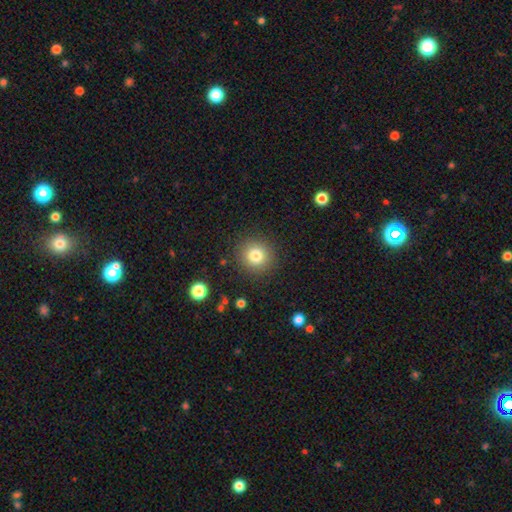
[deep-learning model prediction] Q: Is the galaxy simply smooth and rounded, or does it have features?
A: smooth — 80%.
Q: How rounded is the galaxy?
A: round — 92%.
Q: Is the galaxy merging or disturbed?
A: none — 88%.